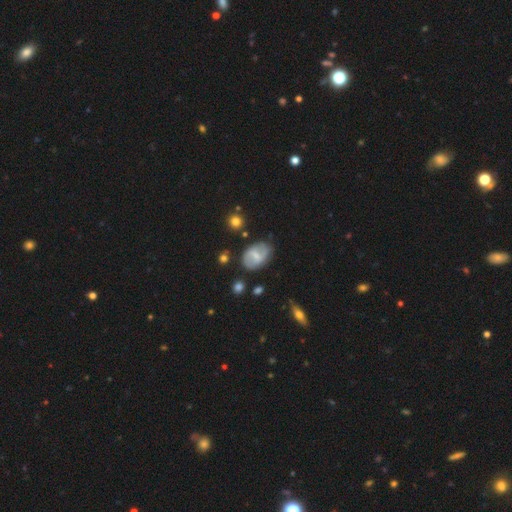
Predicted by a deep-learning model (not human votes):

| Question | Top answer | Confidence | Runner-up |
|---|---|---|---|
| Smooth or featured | featured or disk | 54% | smooth (39%) |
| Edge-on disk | no | 95% | yes (5%) |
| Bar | weak | 53% | strong (27%) |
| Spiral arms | yes | 68% | no (32%) |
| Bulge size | small | 48% | moderate (32%) |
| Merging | none | 73% | minor disturbance (19%) |